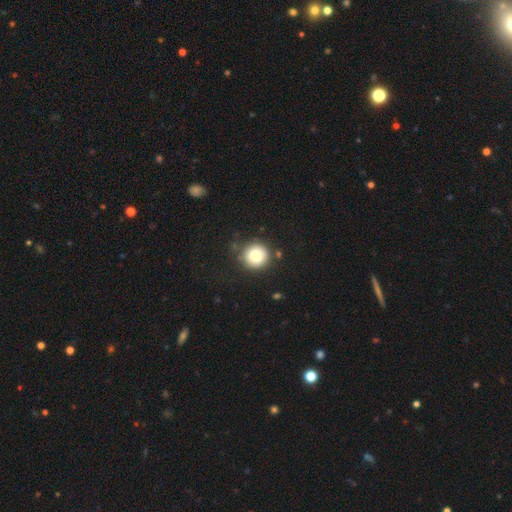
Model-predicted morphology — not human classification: Smooth or featured? smooth (77%)
How rounded? round (93%)
Merging? none (81%)